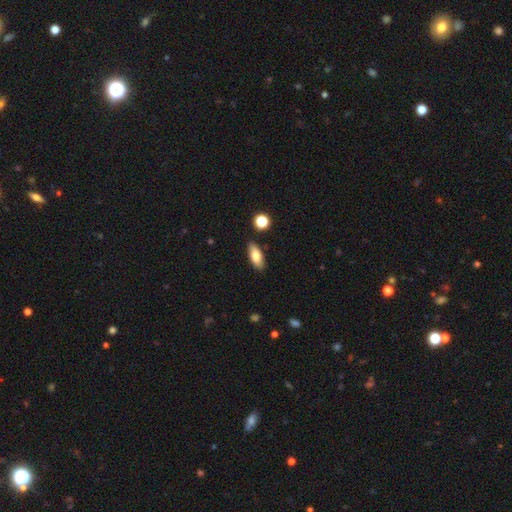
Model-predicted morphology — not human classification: smooth 79%, featured or disk 13%, star or artifact 7%. Down the decision tree: how rounded — in between (79%); merging — none (85%).